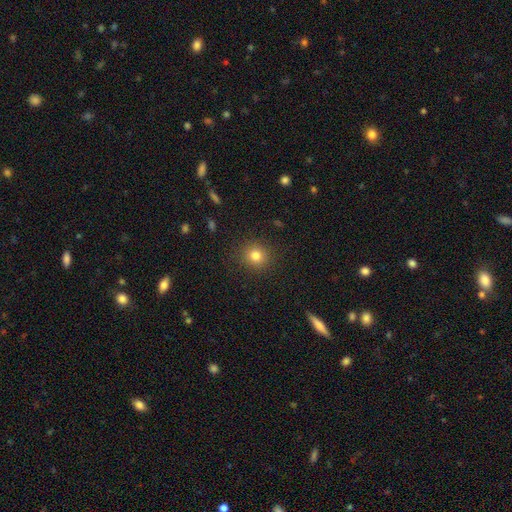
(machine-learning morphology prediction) Smooth or featured? smooth (80%)
How rounded? round (88%)
Merging? none (89%)